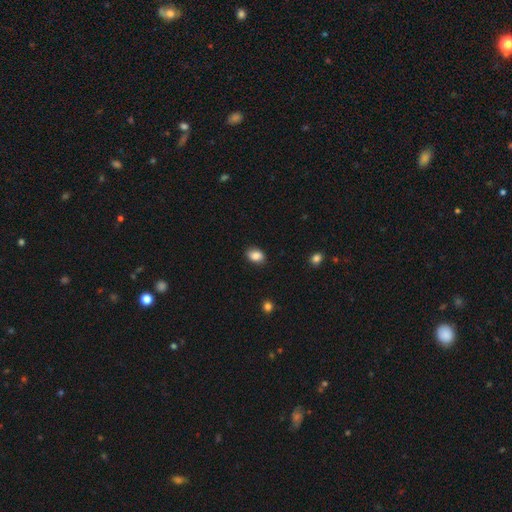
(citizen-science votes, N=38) Volunteers were most divided on "how rounded": in between: 70%, round: 30%, cigar-shaped: 0%. More confident: smooth or featured — smooth (97%); merging — none (92%).